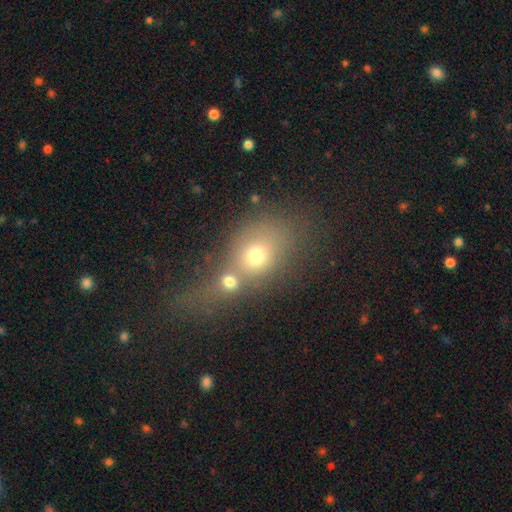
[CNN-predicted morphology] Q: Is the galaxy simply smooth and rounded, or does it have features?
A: smooth — 65%.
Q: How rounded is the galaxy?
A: in between — 49%.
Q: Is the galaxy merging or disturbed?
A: merger — 60%.